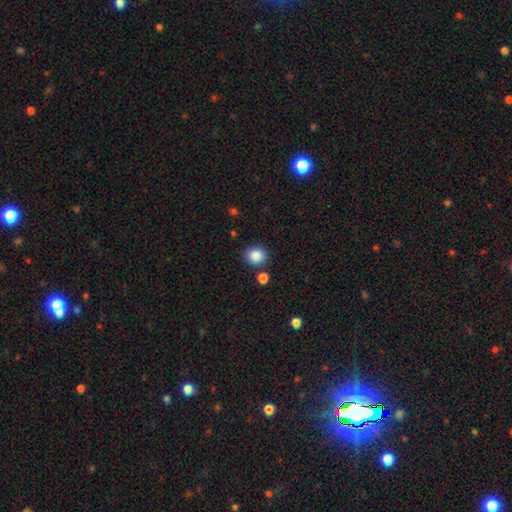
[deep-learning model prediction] A smooth galaxy with no disk features (87%) that is round (82%). Merging: none (84%).